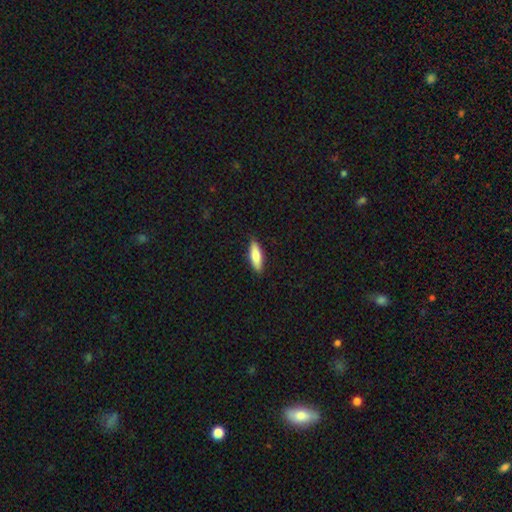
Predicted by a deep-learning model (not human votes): Smooth or featured? smooth (81%)
How rounded? in between (53%)
Merging? none (87%)